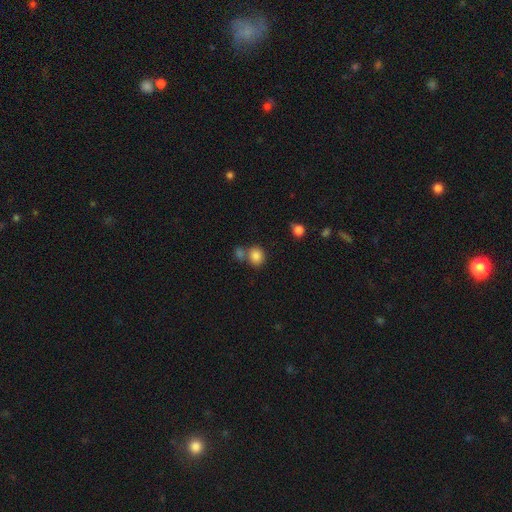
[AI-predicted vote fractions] Overall: smooth (84%). How rounded: round (68%; in between 31%). Merging: none (56%; merger 30%).